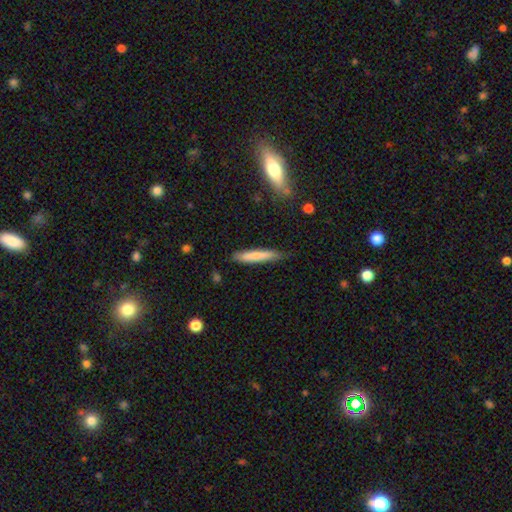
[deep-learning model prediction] The model was most divided on "smooth or featured": smooth: 72%, featured or disk: 22%, star or artifact: 6%. More confident: how rounded — cigar-shaped (91%); merging — none (78%).